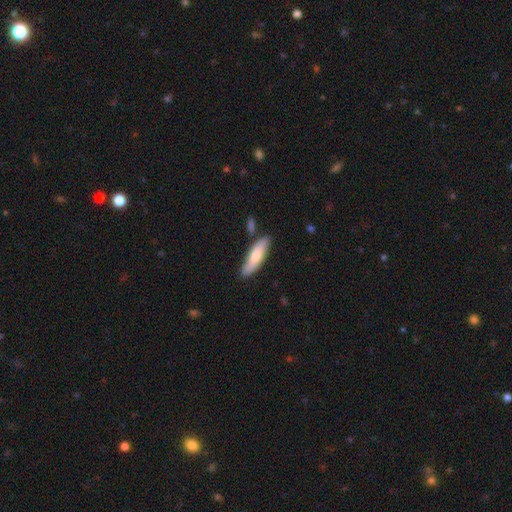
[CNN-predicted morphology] Smooth or featured: smooth — 70% (featured or disk — 25%)
How rounded: cigar-shaped — 62% (in between — 37%)
Merging: none — 79% (minor disturbance — 14%)